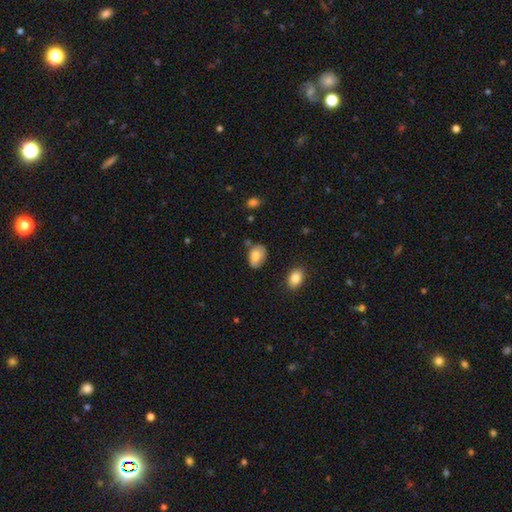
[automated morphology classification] A smooth galaxy with no disk features (80%) that is in between round and cigar-shaped (87%). Merging: none (59%).